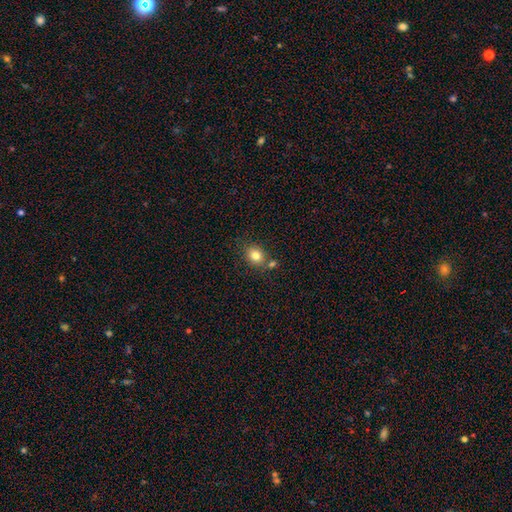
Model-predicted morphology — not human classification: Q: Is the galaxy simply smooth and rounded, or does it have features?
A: smooth — 81%.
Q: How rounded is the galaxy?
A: round — 59%.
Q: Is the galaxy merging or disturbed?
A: none — 67%.